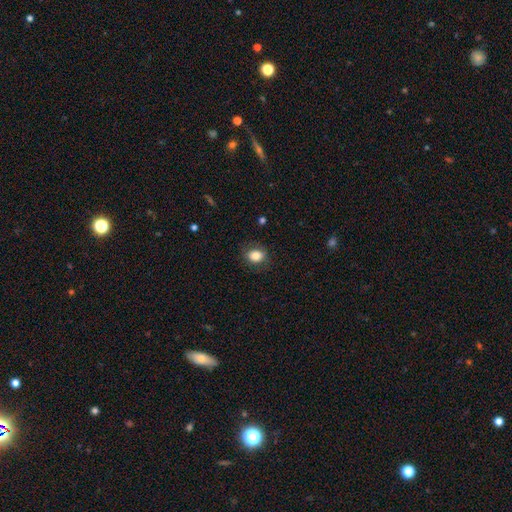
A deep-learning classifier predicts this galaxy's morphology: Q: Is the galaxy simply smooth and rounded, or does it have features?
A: smooth — 84%.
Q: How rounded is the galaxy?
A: in between — 58%.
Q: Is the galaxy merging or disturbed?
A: none — 83%.